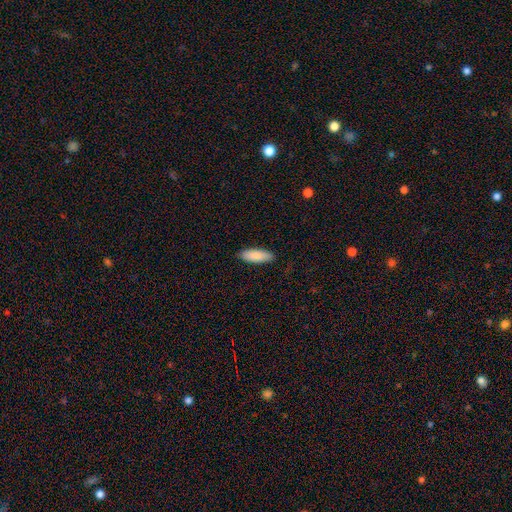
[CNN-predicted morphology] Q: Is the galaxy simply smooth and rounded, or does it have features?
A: smooth — 86%.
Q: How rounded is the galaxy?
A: in between — 60%.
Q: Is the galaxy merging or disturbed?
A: none — 87%.